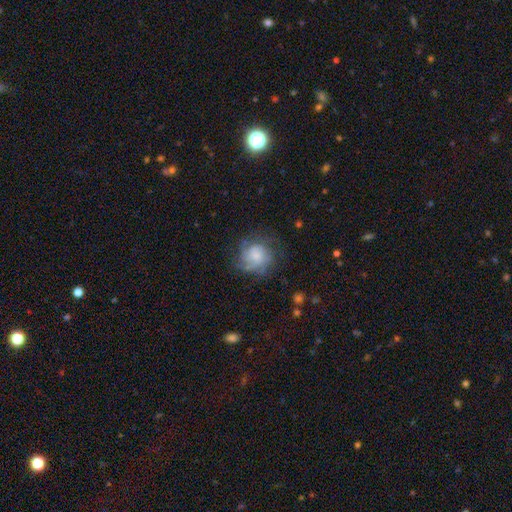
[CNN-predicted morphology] The model was most divided on "smooth or featured": featured or disk: 48%, smooth: 42%, star or artifact: 10%. More confident: merging — none (60%).